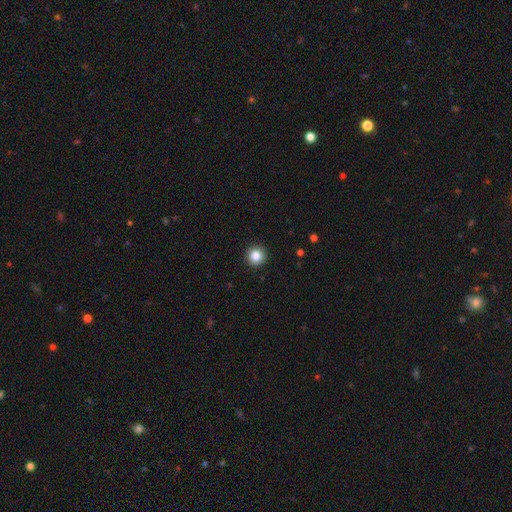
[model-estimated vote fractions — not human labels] Overall: smooth (85%). How rounded: round (96%). Merging: none (93%).